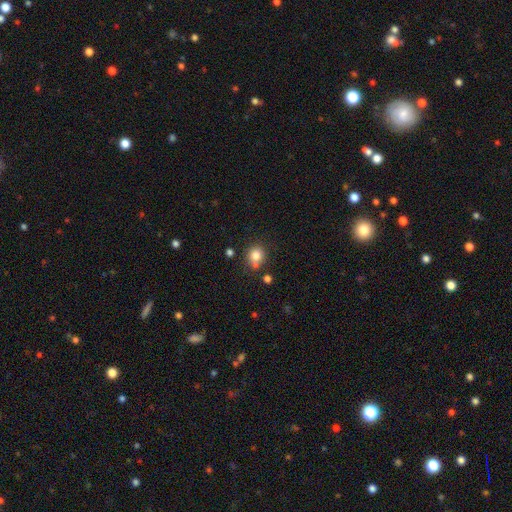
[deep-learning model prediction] Smooth or featured: smooth — 81% (star or artifact — 12%)
How rounded: round — 83% (in between — 16%)
Merging: none — 67% (merger — 15%)